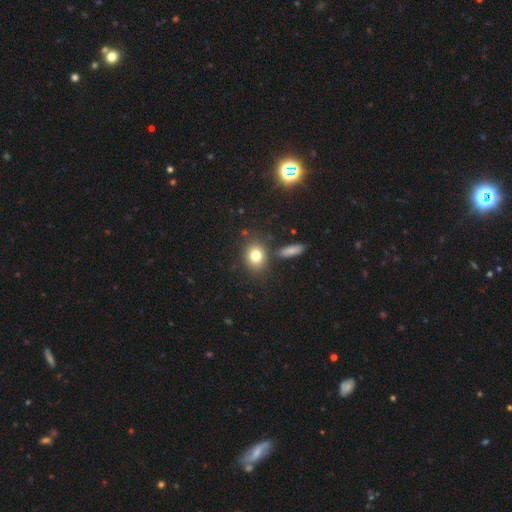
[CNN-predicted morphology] smooth-or-featured: smooth: 79% | star or artifact: 11% | featured or disk: 11%
  how-rounded: round: 52% | in between: 46% | cigar-shaped: 1%
  merging: none: 77% | minor disturbance: 10% | merger: 10% | major disturbance: 3%